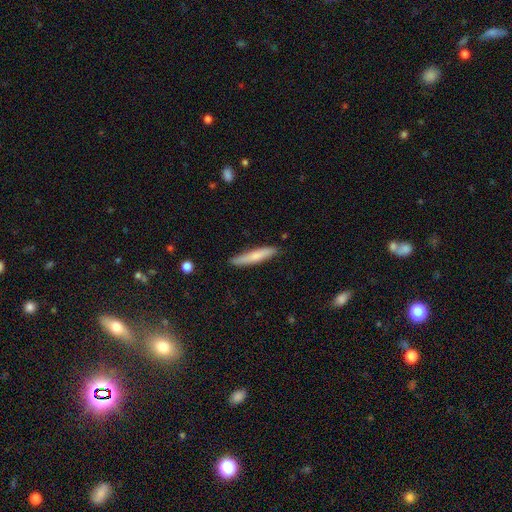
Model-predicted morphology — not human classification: smooth-or-featured: smooth: 71% | featured or disk: 24% | star or artifact: 5%
  how-rounded: cigar-shaped: 90% | in between: 9% | round: 1%
  merging: none: 85% | minor disturbance: 12% | major disturbance: 2% | merger: 1%